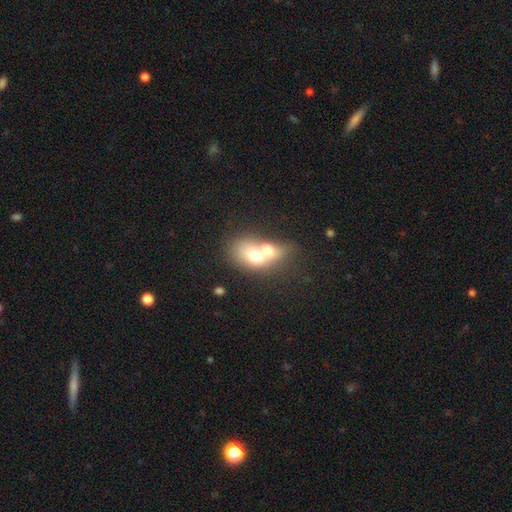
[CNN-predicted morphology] Q: Smooth or featured?
A: smooth (64%); runner-up: featured or disk (27%)
Q: How rounded?
A: in between (71%); runner-up: round (27%)
Q: Merging?
A: merger (73%); runner-up: none (16%)